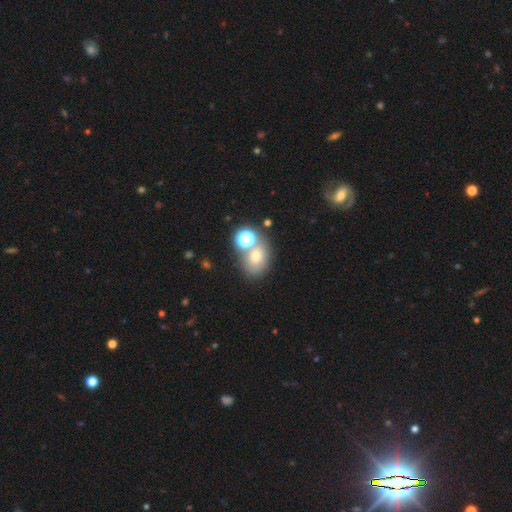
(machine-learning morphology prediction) This appears to be a smooth galaxy with no disk features (59%) that is round (50%). Merging: none (52%).